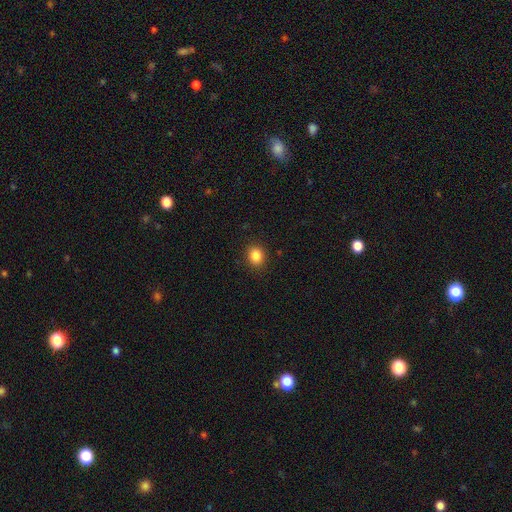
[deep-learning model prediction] Smooth or featured: smooth — 85% (star or artifact — 11%)
How rounded: round — 64% (in between — 35%)
Merging: none — 89% (minor disturbance — 7%)